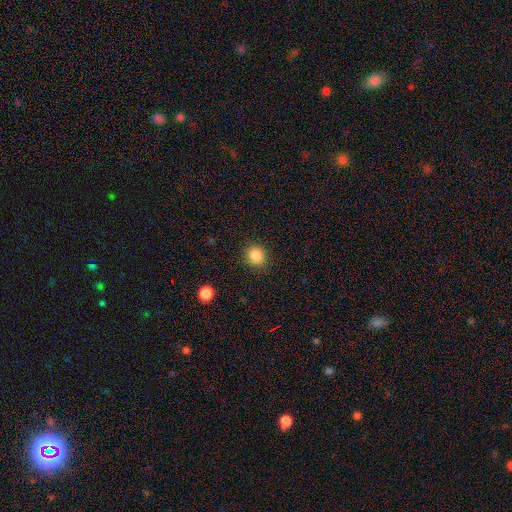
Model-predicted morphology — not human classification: smooth 86%, star or artifact 10%, featured or disk 4%. Down the decision tree: how rounded — round (84%); merging — none (89%).